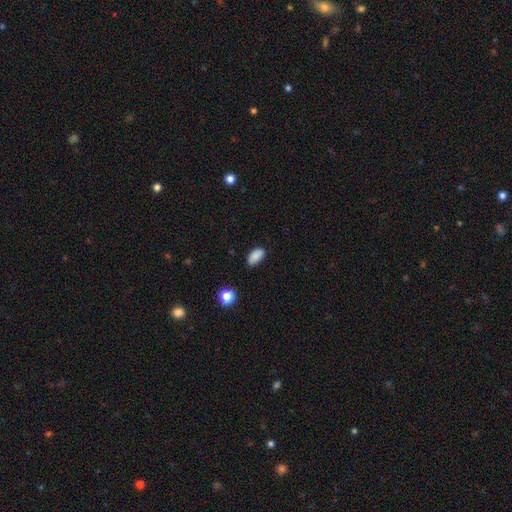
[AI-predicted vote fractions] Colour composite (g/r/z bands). It shows a smooth galaxy with no disk features (87%) that is in between round and cigar-shaped (92%). Merging: none (78%).